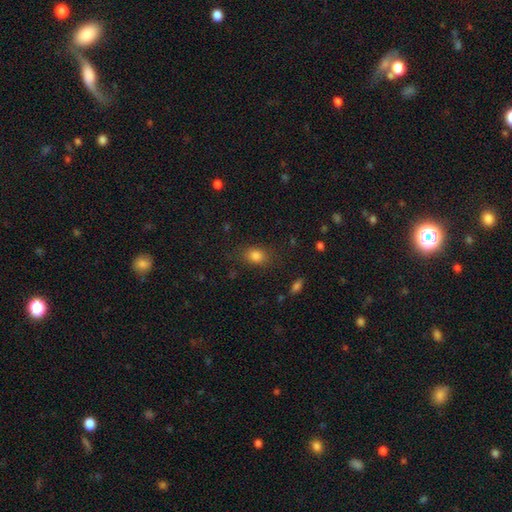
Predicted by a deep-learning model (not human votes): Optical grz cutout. It shows a smooth galaxy with no disk features (83%) that is in between round and cigar-shaped (69%). Merging: none (79%).